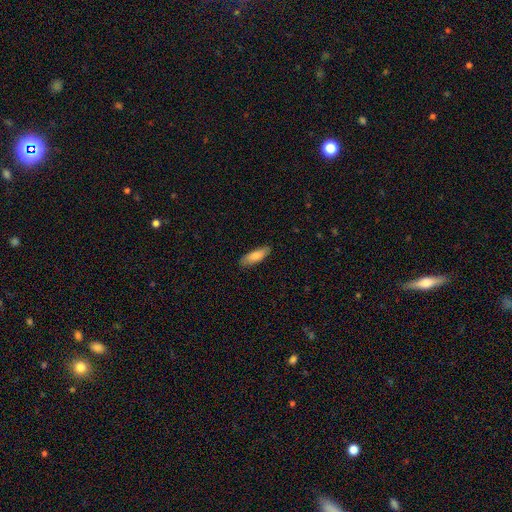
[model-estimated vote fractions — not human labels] Q: Smooth or featured?
A: smooth (81%); runner-up: featured or disk (13%)
Q: How rounded?
A: in between (57%); runner-up: cigar-shaped (41%)
Q: Merging?
A: none (83%); runner-up: minor disturbance (13%)